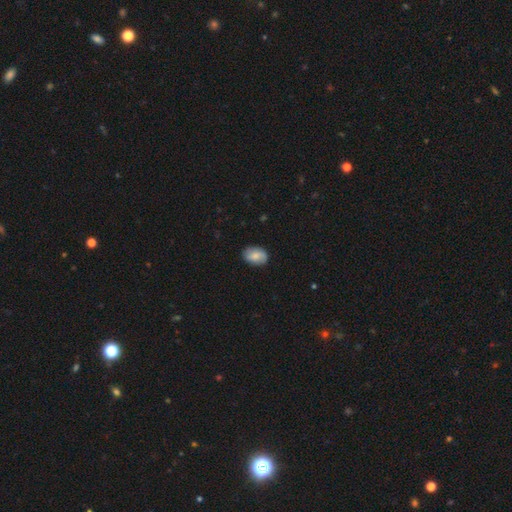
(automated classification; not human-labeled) Q: Smooth or featured?
A: smooth (76%); runner-up: featured or disk (17%)
Q: How rounded?
A: in between (80%); runner-up: round (19%)
Q: Merging?
A: none (86%); runner-up: minor disturbance (11%)